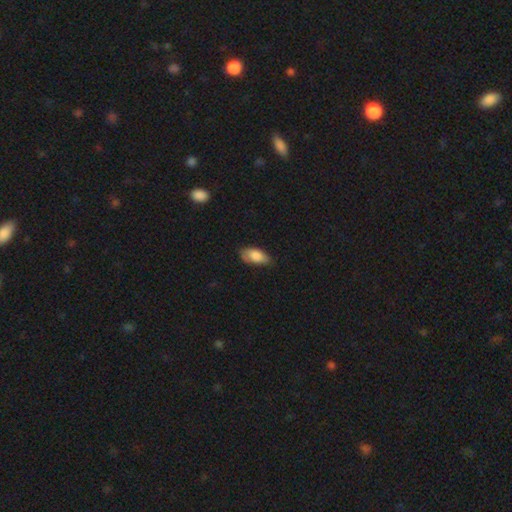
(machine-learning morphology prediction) smooth-or-featured: smooth: 84% | featured or disk: 10% | star or artifact: 6%
  how-rounded: in between: 91% | cigar-shaped: 6% | round: 3%
  merging: none: 70% | minor disturbance: 25% | major disturbance: 4% | merger: 1%